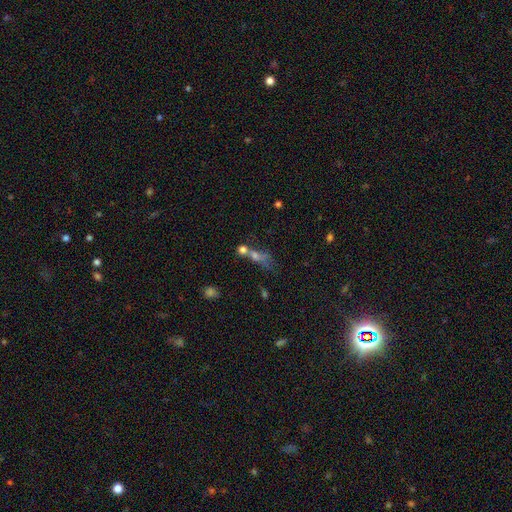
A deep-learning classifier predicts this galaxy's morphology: Q: Smooth or featured?
A: smooth (51%); runner-up: featured or disk (28%)
Q: How rounded?
A: in between (46%); runner-up: round (33%)
Q: Merging?
A: merger (47%); runner-up: none (25%)